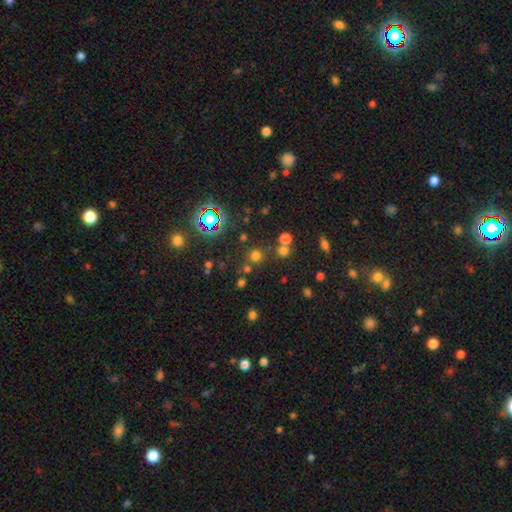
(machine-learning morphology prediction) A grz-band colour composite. It shows a smooth galaxy with no disk features (64%) that is round (92%). Merging: none (74%).